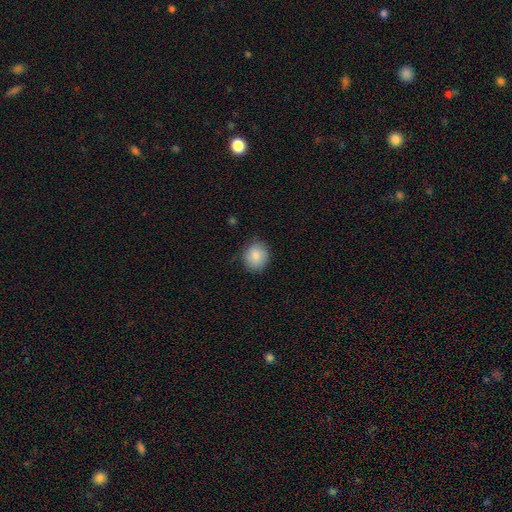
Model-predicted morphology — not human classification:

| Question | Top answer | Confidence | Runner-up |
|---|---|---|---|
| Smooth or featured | smooth | 85% | featured or disk (8%) |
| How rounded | round | 76% | in between (23%) |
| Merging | none | 83% | minor disturbance (13%) |